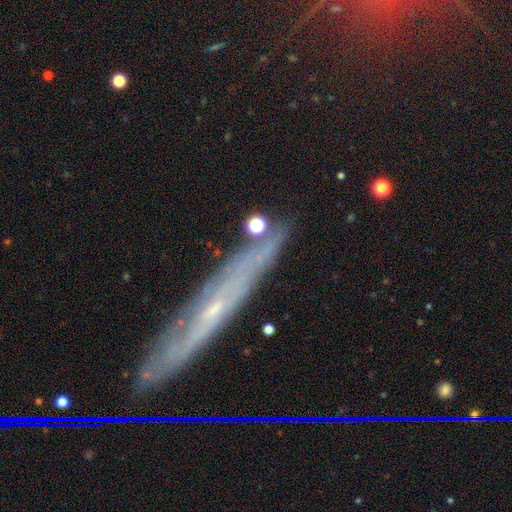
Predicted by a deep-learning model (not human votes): Smooth or featured?
  - featured or disk: 66% *
  - smooth: 19%
  - star or artifact: 15%
Edge-on disk?
  - yes: 66% *
  - no: 34%
Merging?
  - none: 81% *
  - minor disturbance: 13%
  - major disturbance: 3%
  - merger: 3%